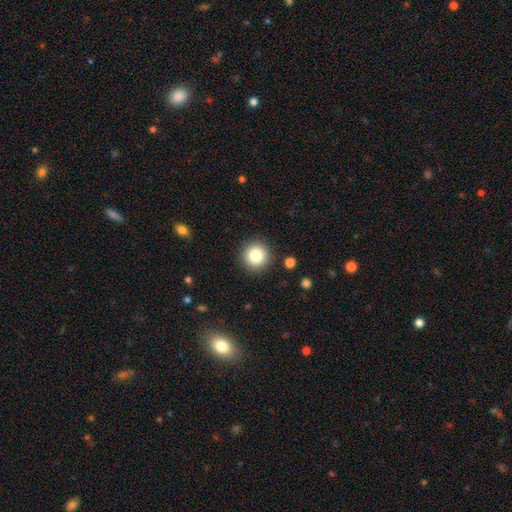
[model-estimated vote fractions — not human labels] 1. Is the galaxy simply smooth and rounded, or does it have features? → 83% smooth, 10% star or artifact, 7% featured or disk.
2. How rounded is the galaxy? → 95% round, 4% in between, 1% cigar-shaped.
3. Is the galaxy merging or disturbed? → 90% none, 6% minor disturbance, 2% major disturbance, 2% merger.